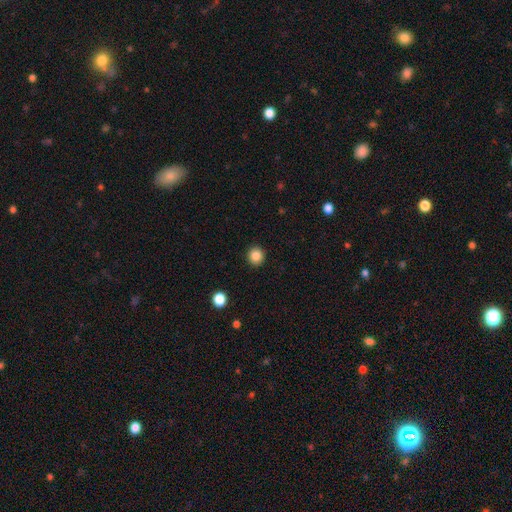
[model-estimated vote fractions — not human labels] Smooth or featured? smooth (85%)
How rounded? round (91%)
Merging? none (92%)